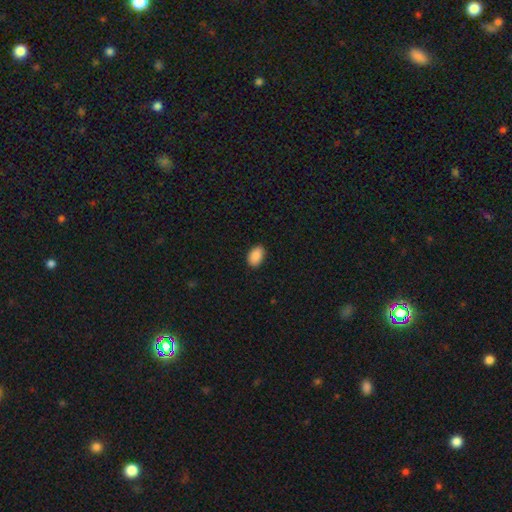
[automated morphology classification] smooth_or_featured: smooth (p=0.90) [alt: star or artifact p=0.07]
how_rounded: in between (p=0.90) [alt: round p=0.09]
merging: none (p=0.87) [alt: minor disturbance p=0.10]